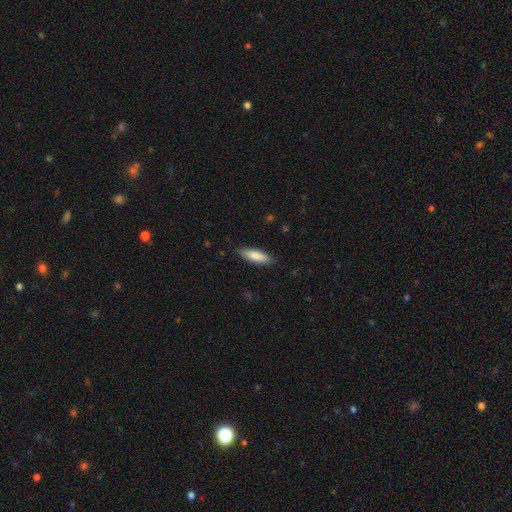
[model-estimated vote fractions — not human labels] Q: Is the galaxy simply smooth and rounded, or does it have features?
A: smooth — 85%.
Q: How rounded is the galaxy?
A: in between — 52%.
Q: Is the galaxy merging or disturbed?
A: none — 86%.